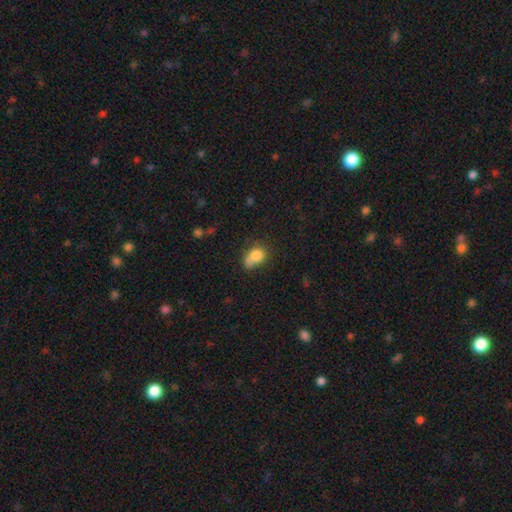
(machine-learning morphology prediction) This appears to be a smooth galaxy with no disk features (79%) that is in between round and cigar-shaped (58%). Merging: none (37%).